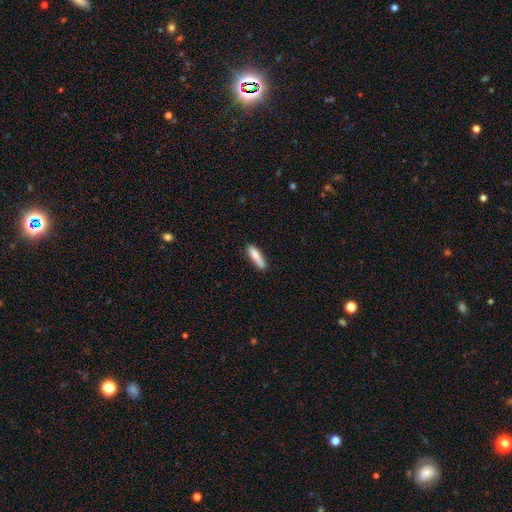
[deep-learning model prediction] Morphology: type=smooth (81%); roundness=cigar-shaped (76%); merging=none (74%).